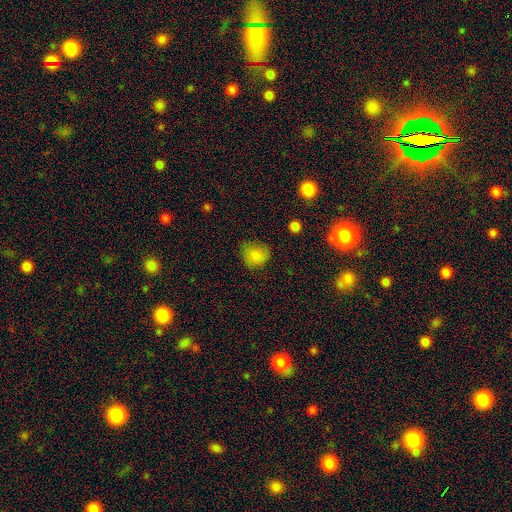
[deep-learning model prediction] Smooth or featured? Predicted: smooth (p=0.82). How rounded? Predicted: round (p=0.77). Merging? Predicted: none (p=0.70).